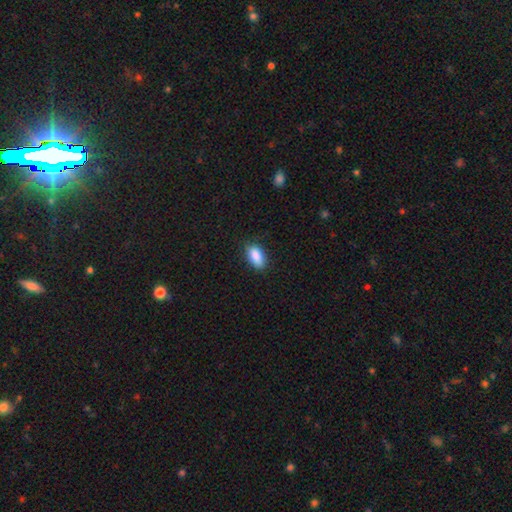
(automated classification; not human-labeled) Smooth or featured? smooth (89%)
How rounded? in between (90%)
Merging? none (81%)